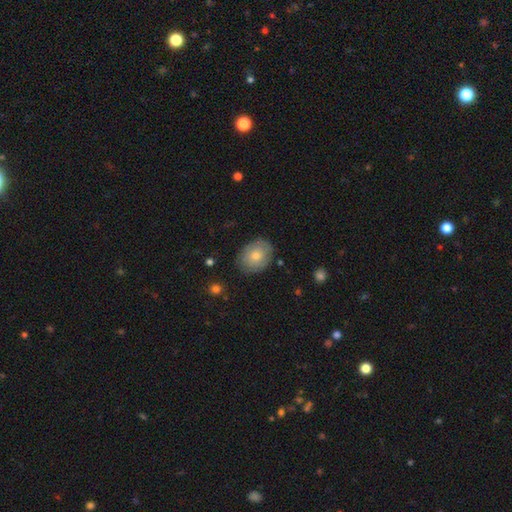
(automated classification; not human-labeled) Smooth or featured: smooth — 66% (featured or disk — 26%)
How rounded: in between — 59% (round — 40%)
Merging: none — 82% (minor disturbance — 14%)